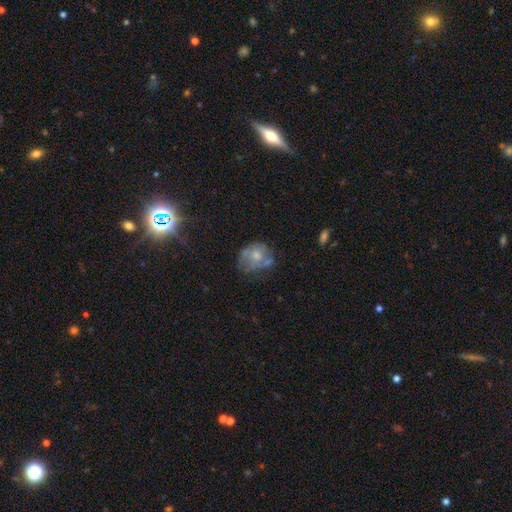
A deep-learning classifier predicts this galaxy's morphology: This is possibly a smooth galaxy (47%). Merging: marginally none (45%).